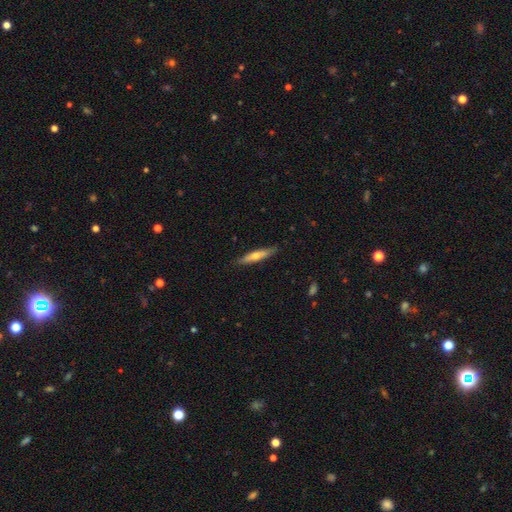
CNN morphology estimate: A smooth galaxy with no disk features (50%). Merging: none (87%).